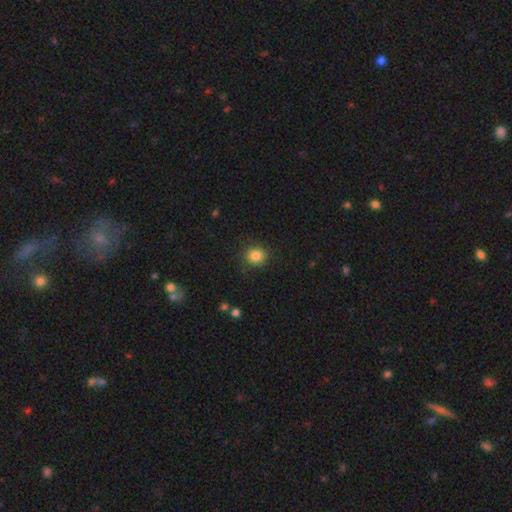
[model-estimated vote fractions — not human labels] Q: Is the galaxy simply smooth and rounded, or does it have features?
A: smooth — 84%.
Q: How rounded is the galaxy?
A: round — 84%.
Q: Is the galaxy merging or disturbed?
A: none — 88%.